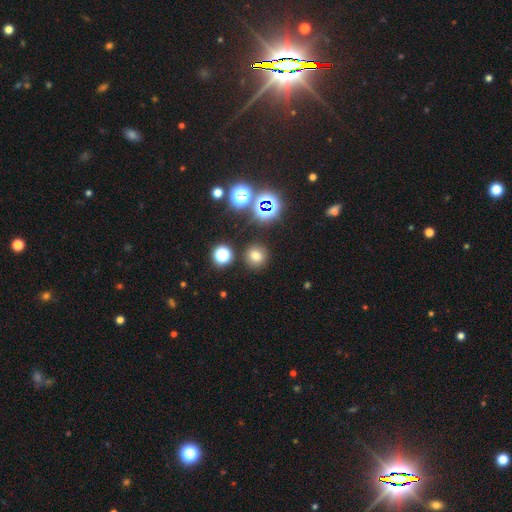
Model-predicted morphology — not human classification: type=smooth (69%); roundness=round (90%); merging=none (87%).